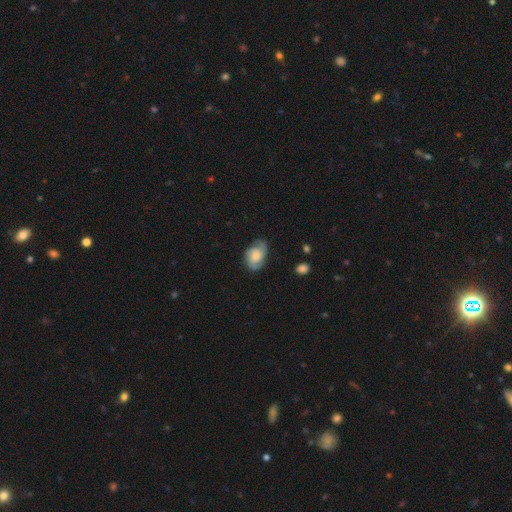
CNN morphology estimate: featured or disk 59%, smooth 33%, star or artifact 7%. Down the decision tree: edge-on disk — no (97%); bar — no (70%); spiral arms — yes (92%); spiral arm count — 2 (55%); spiral winding — medium (43%); bulge size — small (30%); merging — none (66%).